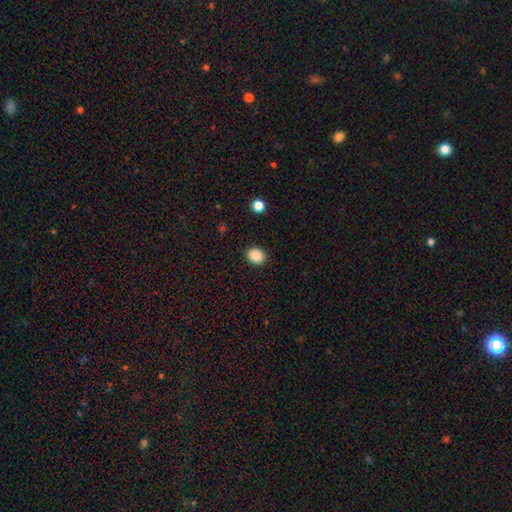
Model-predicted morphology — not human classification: A smooth galaxy with no disk features (87%) that is round (57%).

Vote fractions:
- Smooth or featured? smooth: 87% / star or artifact: 9% / featured or disk: 3%
- How rounded? round: 57% / in between: 42% / cigar-shaped: 1%
- Merging? none: 90% / minor disturbance: 7% / major disturbance: 2% / merger: 1%